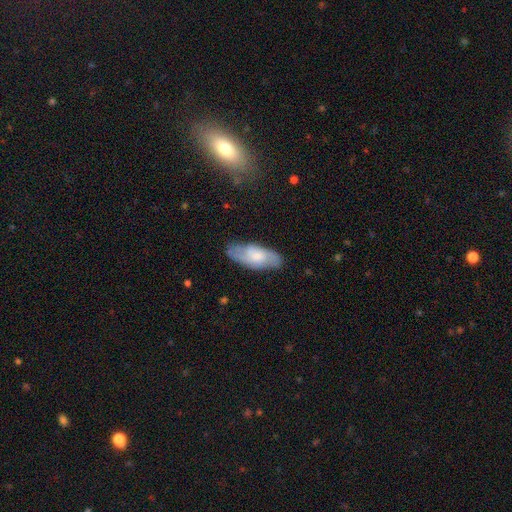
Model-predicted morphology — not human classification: smooth 48%, featured or disk 46%, star or artifact 7%. Down the decision tree: merging — none (70%).